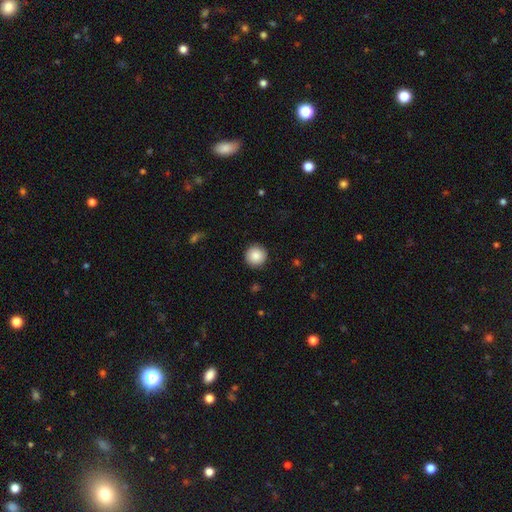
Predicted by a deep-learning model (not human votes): smooth-or-featured: smooth: 87% | star or artifact: 7% | featured or disk: 5%
  how-rounded: round: 96% | in between: 3% | cigar-shaped: 1%
  merging: none: 91% | minor disturbance: 6% | major disturbance: 2% | merger: 1%